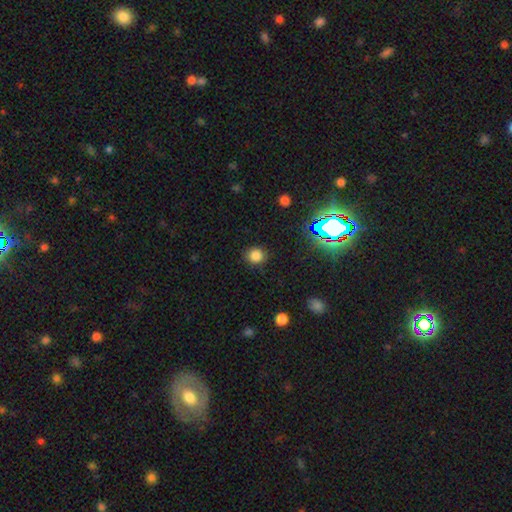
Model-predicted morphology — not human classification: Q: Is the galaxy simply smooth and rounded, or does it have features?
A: smooth — 79%.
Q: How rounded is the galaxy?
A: round — 85%.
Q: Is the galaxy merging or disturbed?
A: none — 88%.